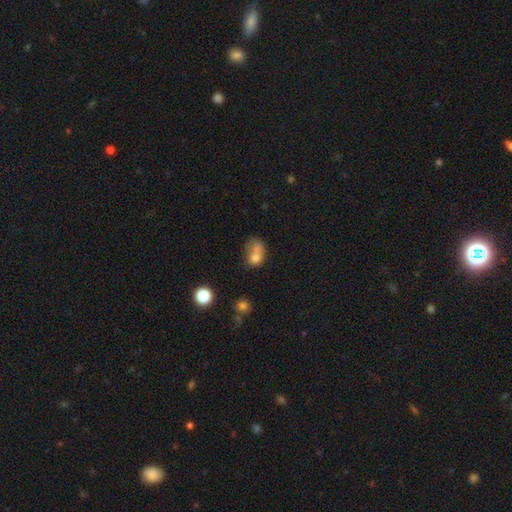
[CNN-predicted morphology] Smooth or featured? Predicted: smooth (p=0.70). How rounded? Predicted: in between (p=0.56). Merging? Predicted: merger (p=0.54).